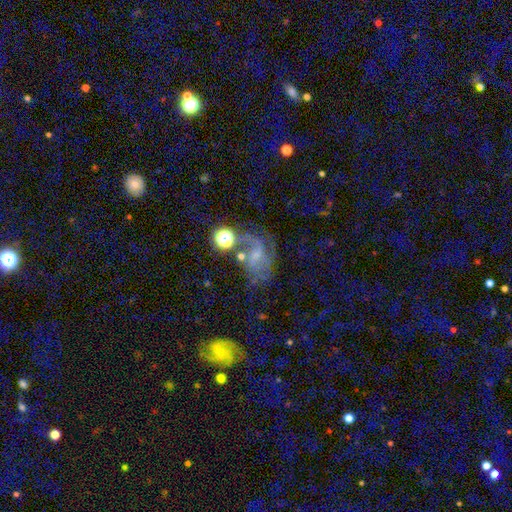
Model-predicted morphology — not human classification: Smooth or featured? Predicted: featured or disk (p=0.58). Edge-on disk? Predicted: no (p=0.97). Bar? Predicted: weak (p=0.44). Spiral arms? Predicted: yes (p=0.82). Bulge size? Predicted: small (p=0.53). Merging? Predicted: none (p=0.36).